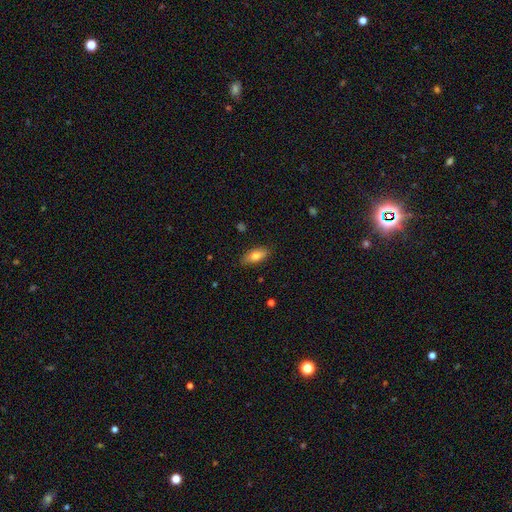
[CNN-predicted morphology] This is likely a smooth galaxy (75%). How rounded: likely in between (79%). Merging: clearly none (85%).